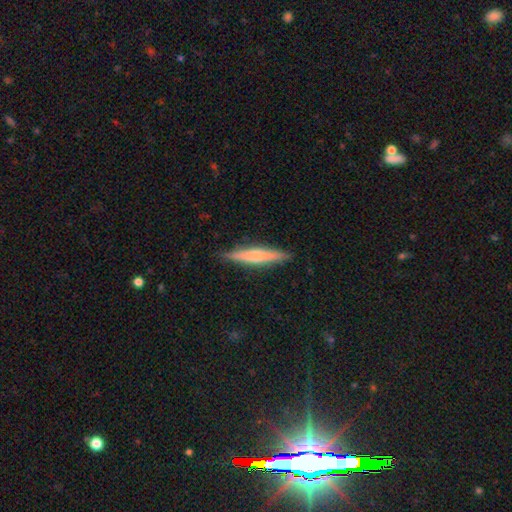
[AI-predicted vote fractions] Smooth or featured: smooth — 51% (featured or disk — 43%)
How rounded: cigar-shaped — 91% (in between — 7%)
Merging: none — 88% (minor disturbance — 9%)